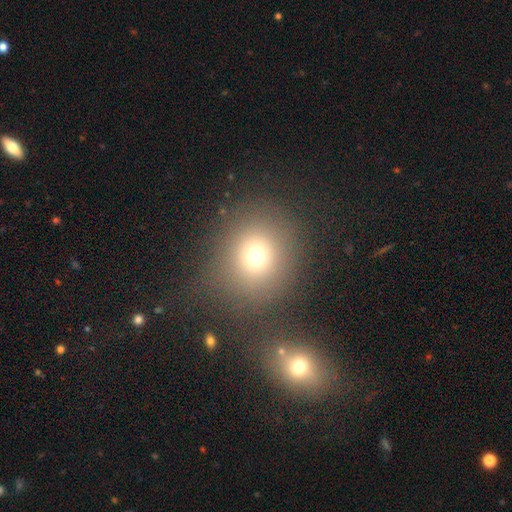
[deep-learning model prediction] Smooth or featured? Predicted: smooth (p=0.71). How rounded? Predicted: round (p=0.84). Merging? Predicted: none (p=0.70).